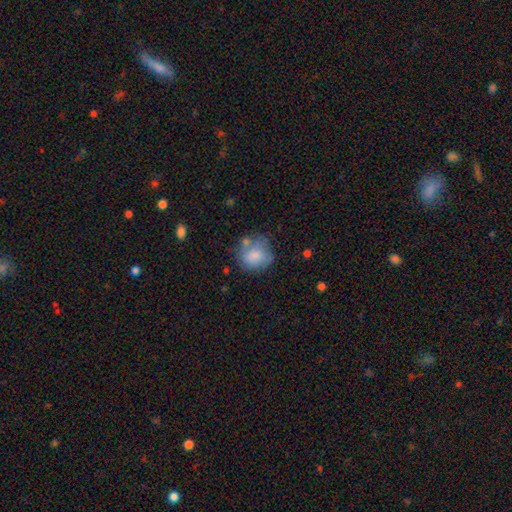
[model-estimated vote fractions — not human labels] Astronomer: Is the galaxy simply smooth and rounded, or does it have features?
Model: smooth — 75%.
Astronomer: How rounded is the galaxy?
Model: round — 79%.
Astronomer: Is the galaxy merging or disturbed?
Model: none — 52%.